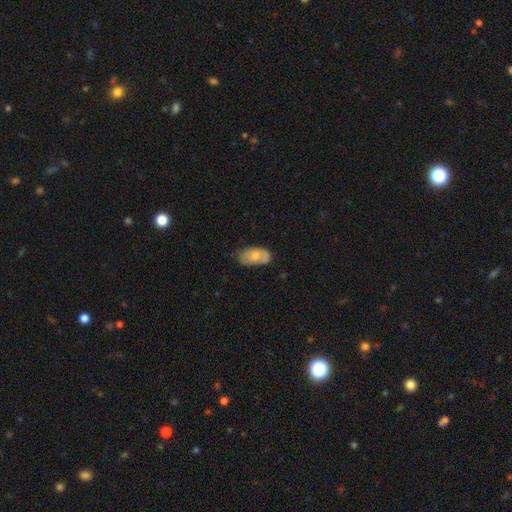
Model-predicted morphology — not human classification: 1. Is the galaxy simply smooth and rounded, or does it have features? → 68% smooth, 26% featured or disk, 7% star or artifact.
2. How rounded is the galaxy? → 93% in between, 5% round, 3% cigar-shaped.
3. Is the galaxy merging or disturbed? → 53% none, 36% minor disturbance, 8% major disturbance, 3% merger.